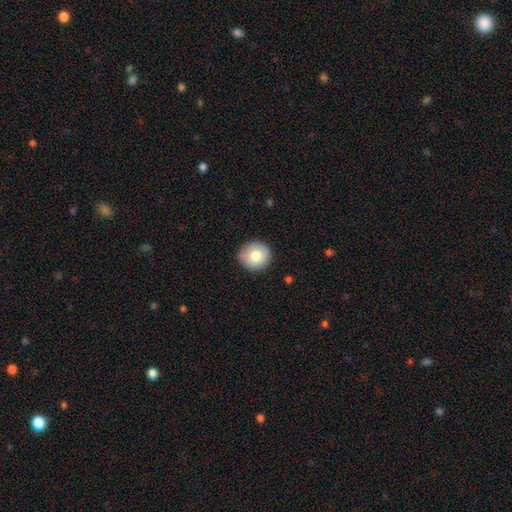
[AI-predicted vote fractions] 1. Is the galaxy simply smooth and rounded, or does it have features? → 78% smooth, 14% featured or disk, 8% star or artifact.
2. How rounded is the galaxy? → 91% round, 8% in between, 1% cigar-shaped.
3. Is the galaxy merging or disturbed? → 88% none, 9% minor disturbance, 2% major disturbance, 1% merger.